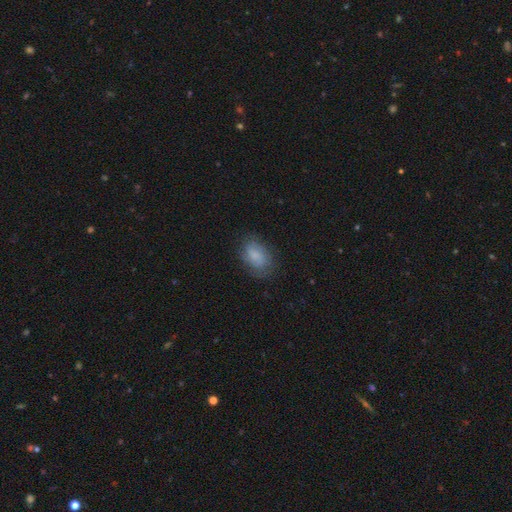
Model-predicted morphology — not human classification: This appears to be a smooth galaxy with no disk features (72%) that is in between round and cigar-shaped (83%). Merging: none (70%).